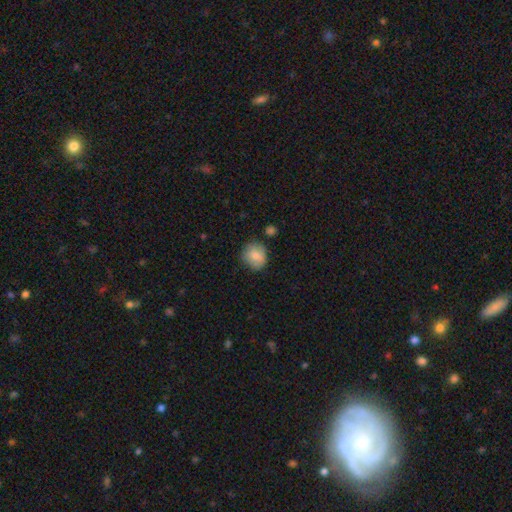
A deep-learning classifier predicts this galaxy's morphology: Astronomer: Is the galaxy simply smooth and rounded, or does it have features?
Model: smooth — 78%.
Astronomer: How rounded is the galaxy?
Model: round — 77%.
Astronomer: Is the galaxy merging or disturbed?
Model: none — 71%.